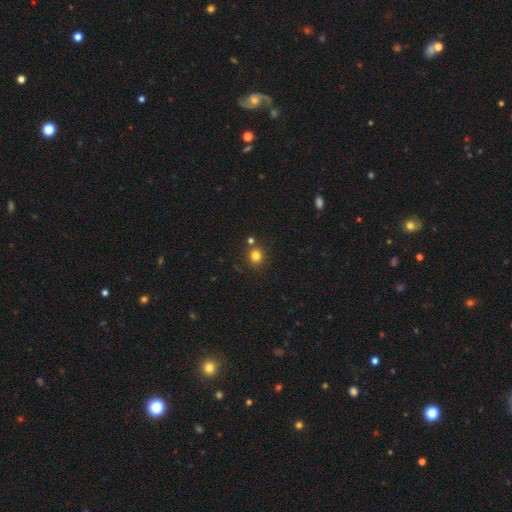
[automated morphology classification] Smooth or featured?
  - smooth: 80% *
  - star or artifact: 14%
  - featured or disk: 6%
How rounded?
  - round: 85% *
  - in between: 14%
  - cigar-shaped: 1%
Merging?
  - none: 80% *
  - merger: 9%
  - minor disturbance: 8%
  - major disturbance: 3%